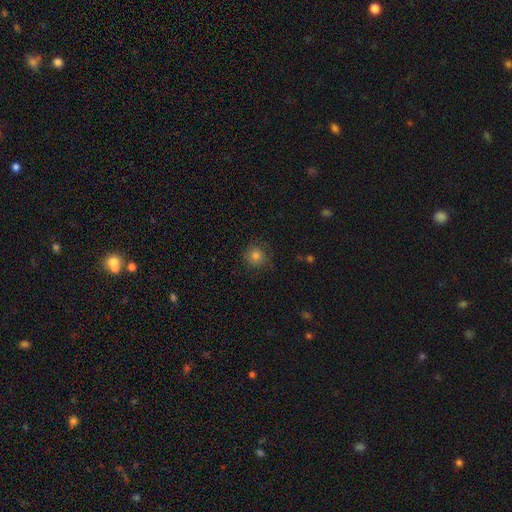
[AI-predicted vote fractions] This appears to be a smooth galaxy with no disk features (78%) that is round (92%). Merging: none (79%).